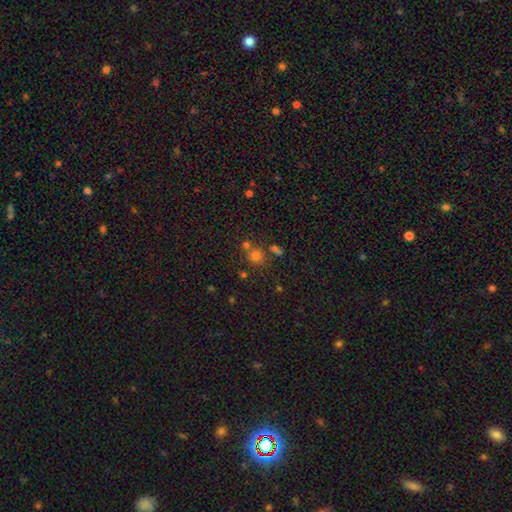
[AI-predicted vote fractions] Smooth or featured: smooth — 66% (star or artifact — 26%)
How rounded: round — 89% (in between — 10%)
Merging: none — 68% (merger — 20%)